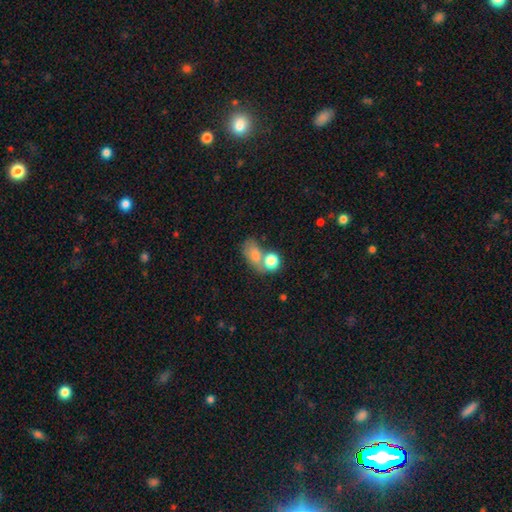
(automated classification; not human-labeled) smooth-or-featured: smooth: 74% | featured or disk: 14% | star or artifact: 11%
  how-rounded: in between: 72% | round: 26% | cigar-shaped: 3%
  merging: merger: 48% | none: 29% | minor disturbance: 13% | major disturbance: 10%